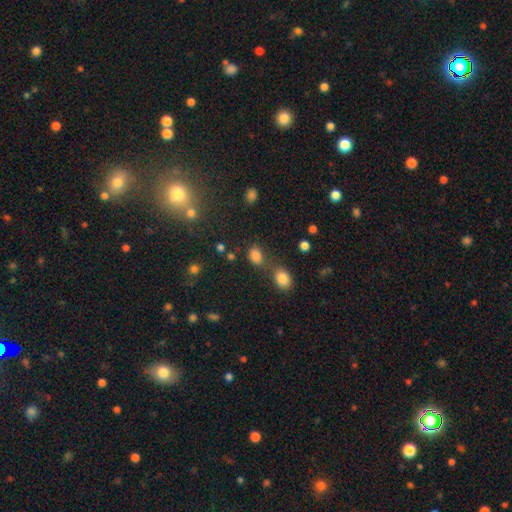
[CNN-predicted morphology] A smooth galaxy with no disk features (81%) that is in between round and cigar-shaped (74%).

Vote fractions:
- Smooth or featured? smooth: 81% / star or artifact: 14% / featured or disk: 5%
- How rounded? in between: 74% / round: 24% / cigar-shaped: 2%
- Merging? none: 55% / merger: 23% / minor disturbance: 15% / major disturbance: 6%